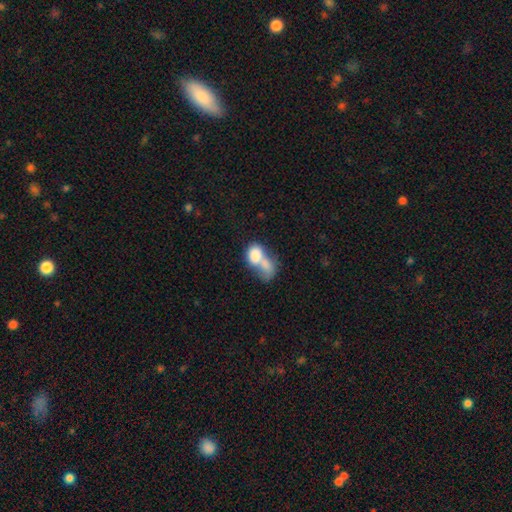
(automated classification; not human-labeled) This appears to be a smooth galaxy with no disk features (75%) that is in between round and cigar-shaped (74%). Merging: merger (73%).